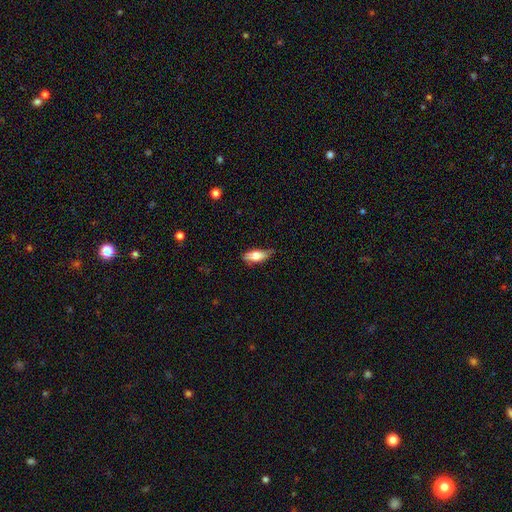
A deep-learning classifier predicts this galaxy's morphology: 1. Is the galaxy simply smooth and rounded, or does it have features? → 70% smooth, 23% featured or disk, 7% star or artifact.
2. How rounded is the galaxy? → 76% in between, 21% cigar-shaped, 3% round.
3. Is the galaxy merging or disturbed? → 64% none, 28% minor disturbance, 5% major disturbance, 2% merger.